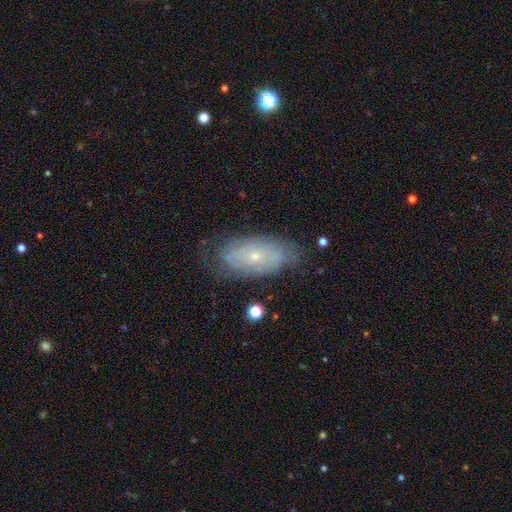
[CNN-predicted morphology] Smooth or featured?
  - featured or disk: 57% *
  - smooth: 34%
  - star or artifact: 9%
Edge-on disk?
  - no: 88% *
  - yes: 12%
Bar?
  - no: 82% *
  - weak: 15%
  - strong: 3%
Spiral arms?
  - yes: 65% *
  - no: 35%
Bulge size?
  - small: 73% *
  - moderate: 24%
  - none: 1%
  - large: 1%
  - dominant: 1%
Merging?
  - none: 71% *
  - minor disturbance: 21%
  - major disturbance: 6%
  - merger: 2%